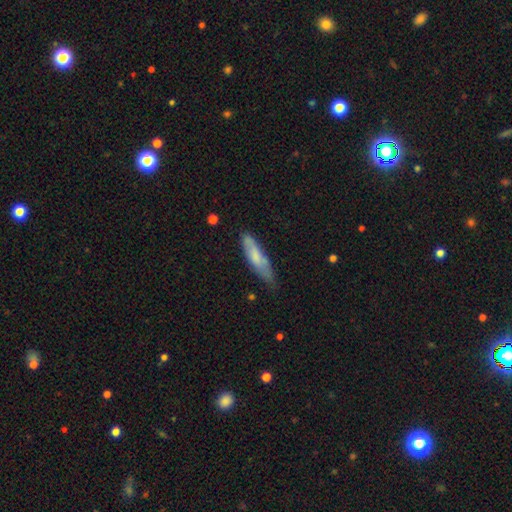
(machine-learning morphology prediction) type=smooth (68%); roundness=cigar-shaped (70%); merging=none (59%).